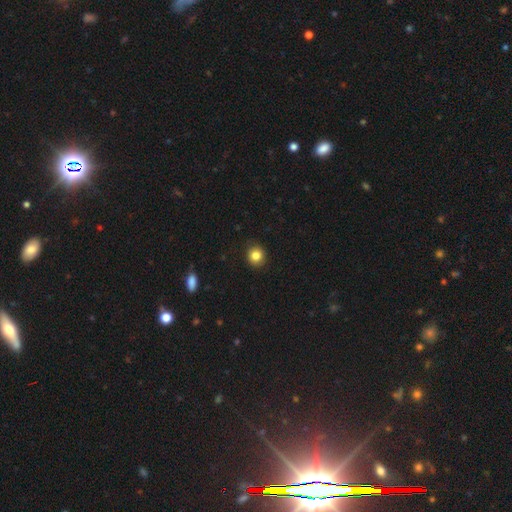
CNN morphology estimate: Smooth or featured?
  - smooth: 84% *
  - star or artifact: 10%
  - featured or disk: 6%
How rounded?
  - round: 87% *
  - in between: 12%
  - cigar-shaped: 1%
Merging?
  - none: 89% *
  - minor disturbance: 8%
  - major disturbance: 2%
  - merger: 1%